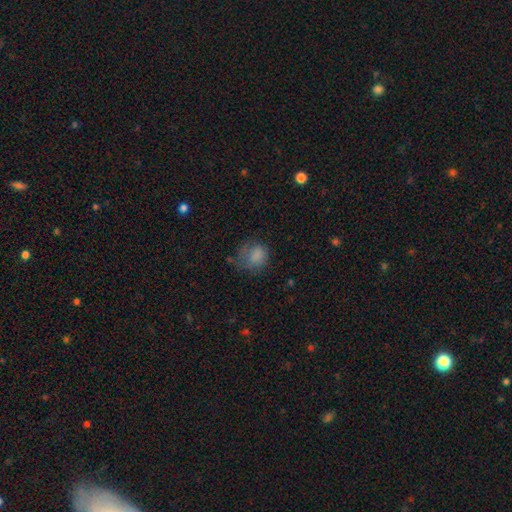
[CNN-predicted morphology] smooth 77%, featured or disk 12%, star or artifact 11%. Down the decision tree: how rounded — round (62%); merging — none (45%).